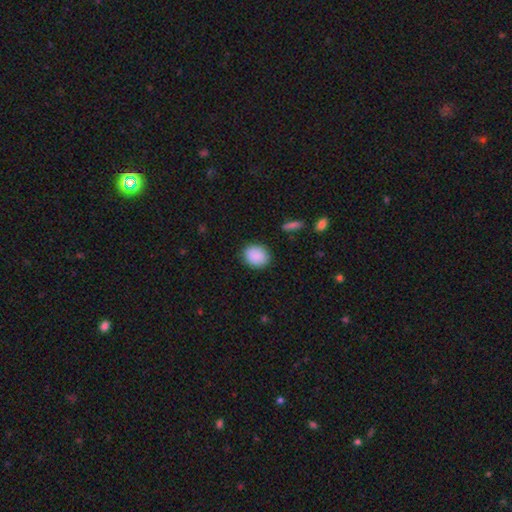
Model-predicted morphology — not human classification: A smooth galaxy with no disk features (89%) that is round (59%). Merging: none (87%).